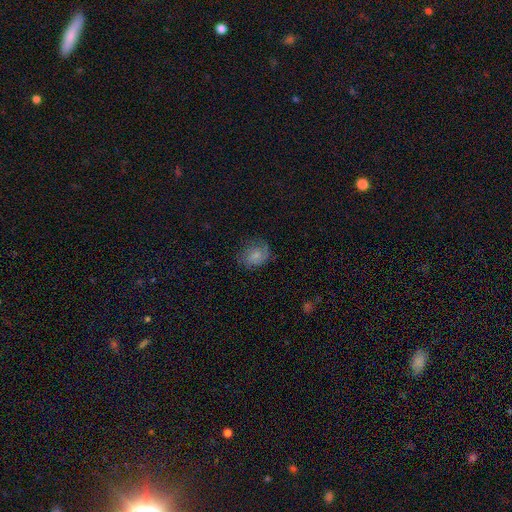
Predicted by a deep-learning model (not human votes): Morphology: type=smooth (59%); roundness=round (55%); merging=none (66%).